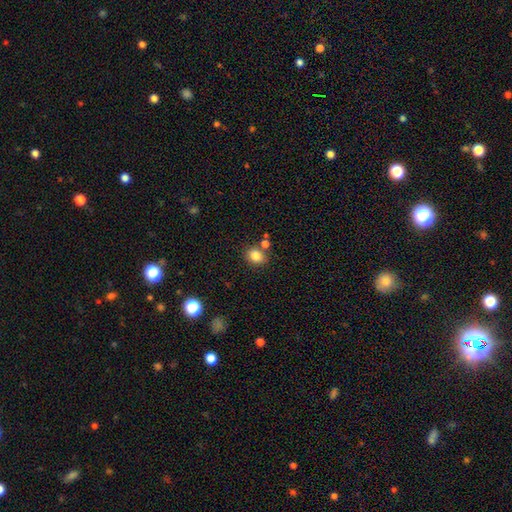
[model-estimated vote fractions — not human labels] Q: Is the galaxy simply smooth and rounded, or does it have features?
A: smooth — 82%.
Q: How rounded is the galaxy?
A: round — 60%.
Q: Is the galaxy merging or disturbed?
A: none — 76%.